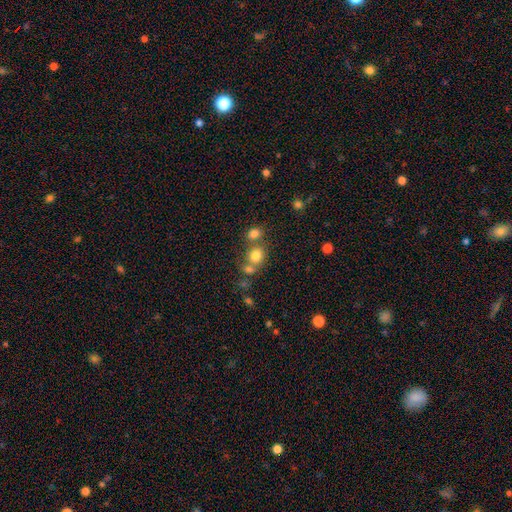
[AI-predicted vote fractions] This is likely a smooth galaxy (76%). How rounded: likely round (77%). Merging: possibly none (51%).